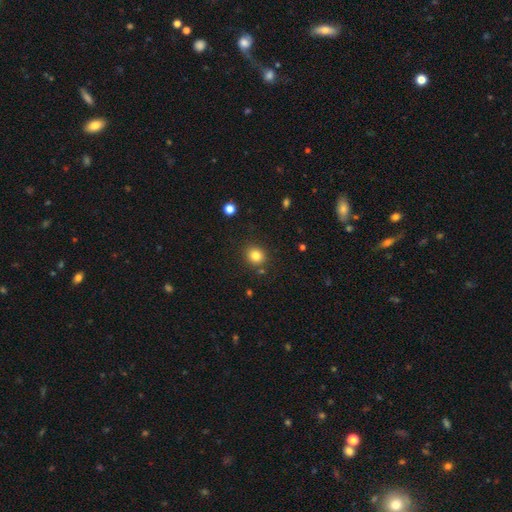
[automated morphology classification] Smooth or featured? smooth (82%)
How rounded? round (83%)
Merging? none (86%)